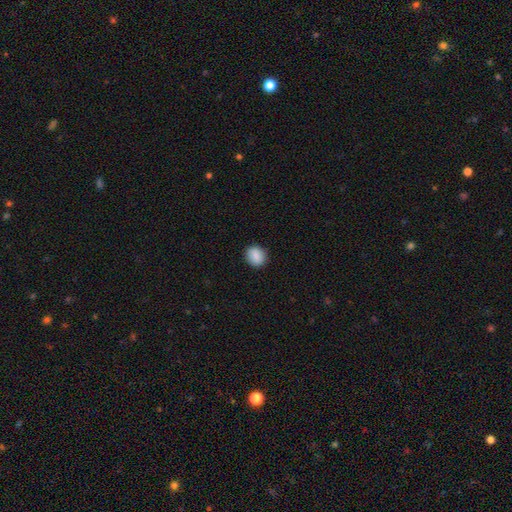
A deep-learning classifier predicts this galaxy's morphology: This appears to be a smooth galaxy with no disk features (88%) that is round (65%). Merging: none (88%).